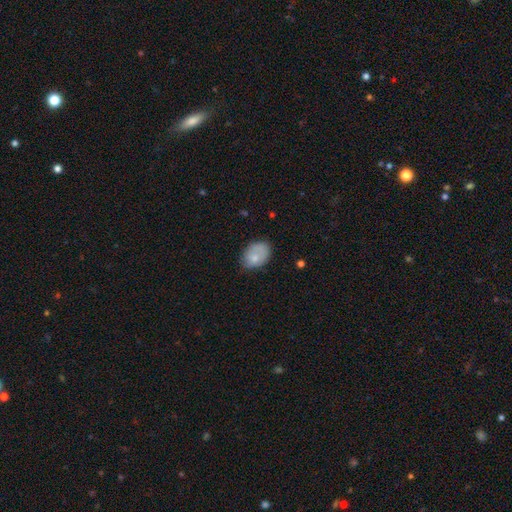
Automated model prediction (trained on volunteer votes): Morphology: type=smooth (73%); roundness=in between (79%); merging=none (60%).